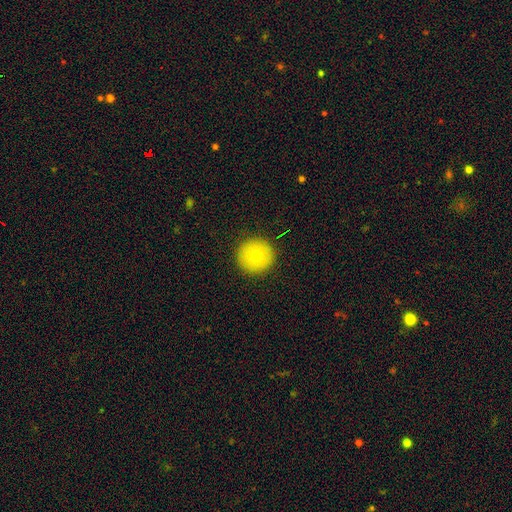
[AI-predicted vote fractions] Morphology: type=smooth (75%); roundness=round (96%); merging=none (92%).